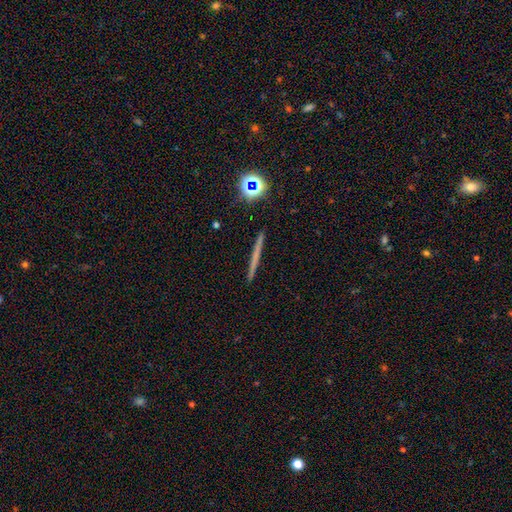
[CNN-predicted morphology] A smooth galaxy with no disk features (47%). Merging: none (92%).